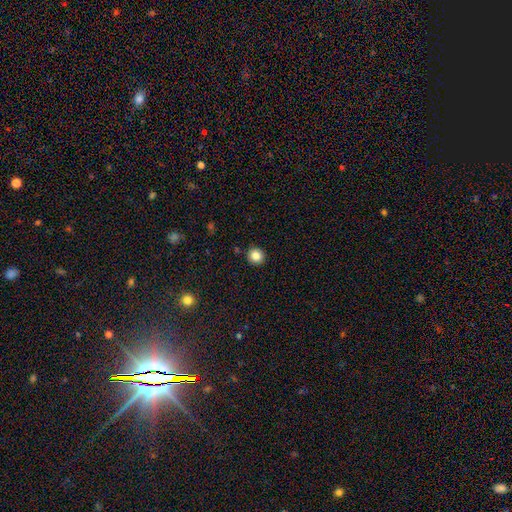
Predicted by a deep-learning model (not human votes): Smooth or featured: smooth — 84% (star or artifact — 11%)
How rounded: round — 93% (in between — 7%)
Merging: none — 92% (minor disturbance — 5%)